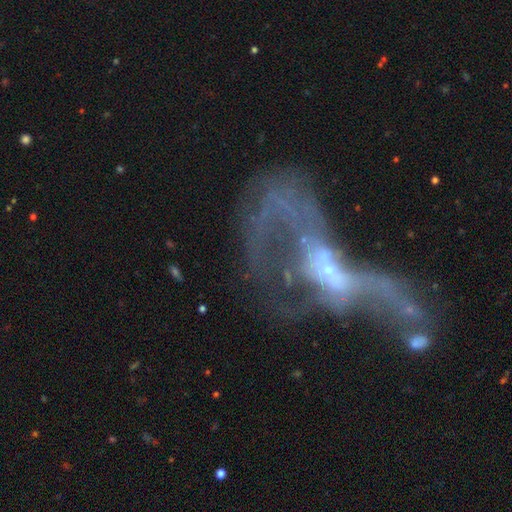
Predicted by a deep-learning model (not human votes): A featured or disk galaxy (71%) with no bar (69%), no spiral arms (51%) and a small central bulge (49%).

Vote fractions:
- Smooth or featured? featured or disk: 71% / star or artifact: 14% / smooth: 14%
- Edge-on disk? no: 93% / yes: 7%
- Bar? no: 69% / weak: 23% / strong: 8%
- Spiral arms? no: 51% / yes: 49%
- Bulge size? small: 49% / moderate: 26% / none: 20% / large: 3% / dominant: 2%
- Merging? merger: 46% / major disturbance: 35% / none: 12% / minor disturbance: 7%